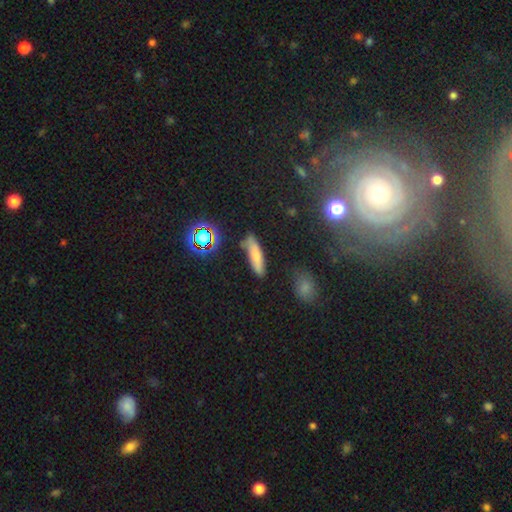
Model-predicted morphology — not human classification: smooth_or_featured: smooth (p=0.72) [alt: featured or disk p=0.15]
how_rounded: cigar-shaped (p=0.65) [alt: in between p=0.31]
merging: none (p=0.76) [alt: minor disturbance p=0.16]